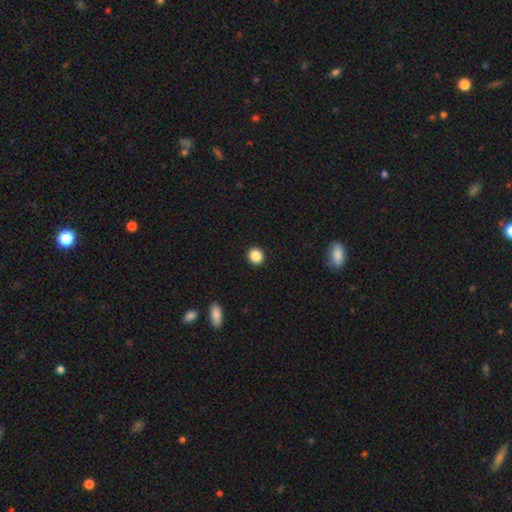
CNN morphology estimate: A smooth galaxy with no disk features (87%) that is round (90%).

Vote fractions:
- Smooth or featured? smooth: 87% / star or artifact: 10% / featured or disk: 3%
- How rounded? round: 90% / in between: 9% / cigar-shaped: 1%
- Merging? none: 93% / minor disturbance: 4% / major disturbance: 2% / merger: 1%